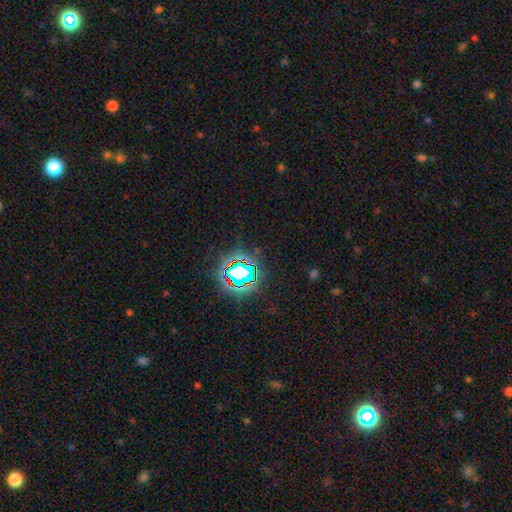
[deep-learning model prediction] Smooth or featured? star or artifact (80%)